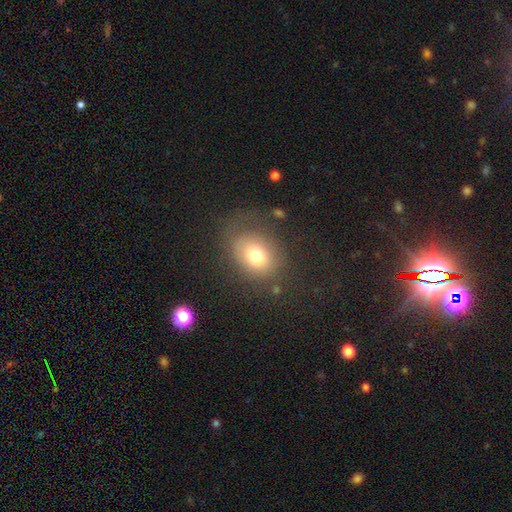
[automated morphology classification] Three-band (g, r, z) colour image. It shows a smooth galaxy with no disk features (72%) that is in between round and cigar-shaped (51%). Merging: none (64%).